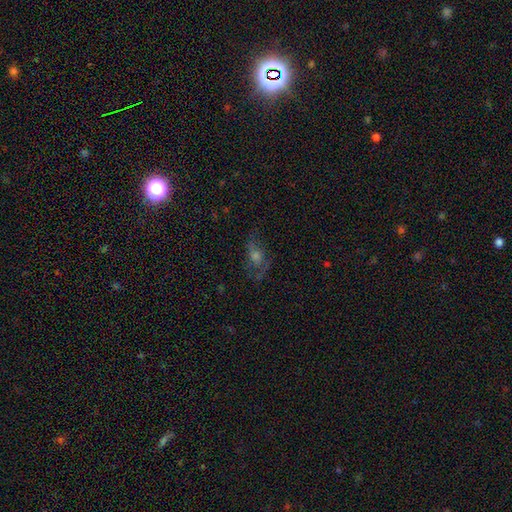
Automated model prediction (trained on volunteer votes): smooth-or-featured: featured or disk: 50% | smooth: 28% | star or artifact: 22%
  merging: none: 60% | minor disturbance: 20% | major disturbance: 18% | merger: 2%